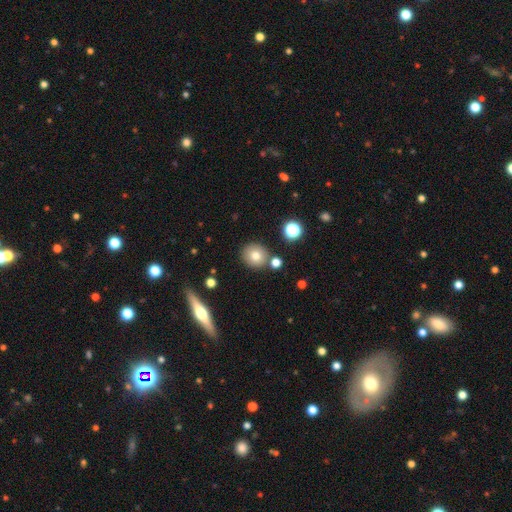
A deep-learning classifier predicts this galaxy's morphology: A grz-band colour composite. It shows a smooth galaxy with no disk features (76%) that is round (90%). Merging: none (81%).